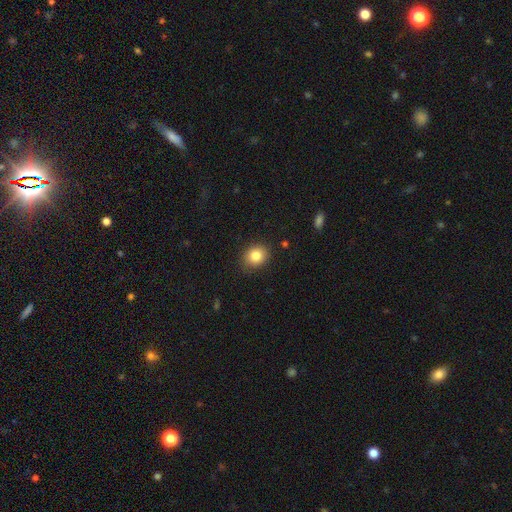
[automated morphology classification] Overall: smooth (83%). How rounded: round (67%; in between 32%). Merging: none (84%).